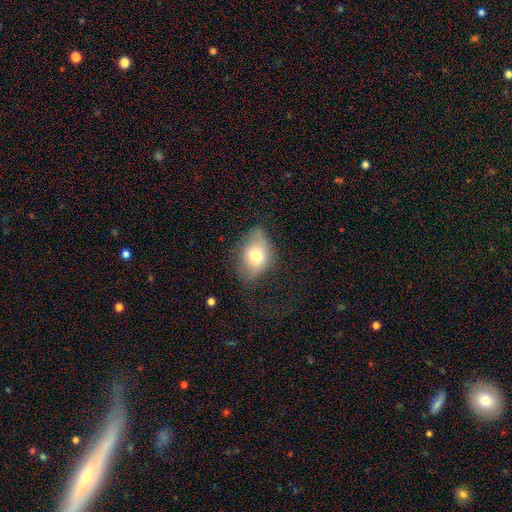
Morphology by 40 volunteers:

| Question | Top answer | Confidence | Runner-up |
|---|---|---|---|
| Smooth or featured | smooth | 78% | star or artifact (12%) |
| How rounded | in between | 84% | round (16%) |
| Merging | minor disturbance | 43% | none (34%) |